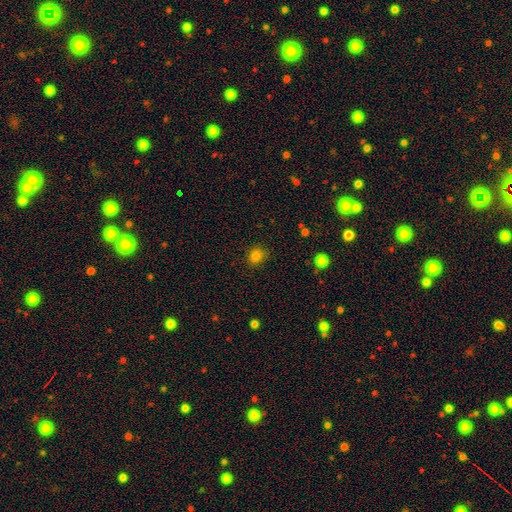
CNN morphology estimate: This is clearly a smooth galaxy (82%). How rounded: likely round (73%). Merging: clearly none (86%).